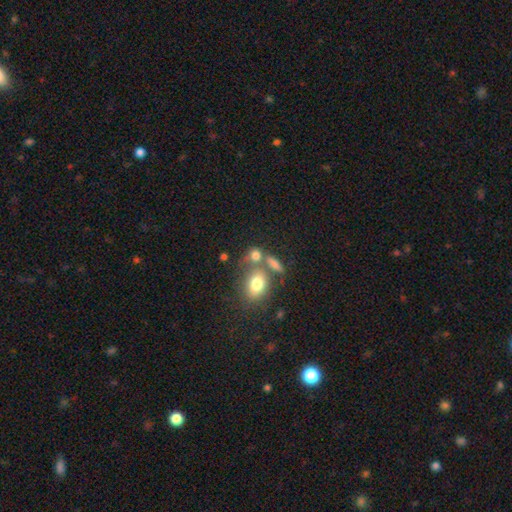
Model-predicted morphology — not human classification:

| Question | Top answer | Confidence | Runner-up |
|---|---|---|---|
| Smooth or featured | smooth | 75% | featured or disk (13%) |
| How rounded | in between | 48% | round (47%) |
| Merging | none | 44% | merger (37%) |